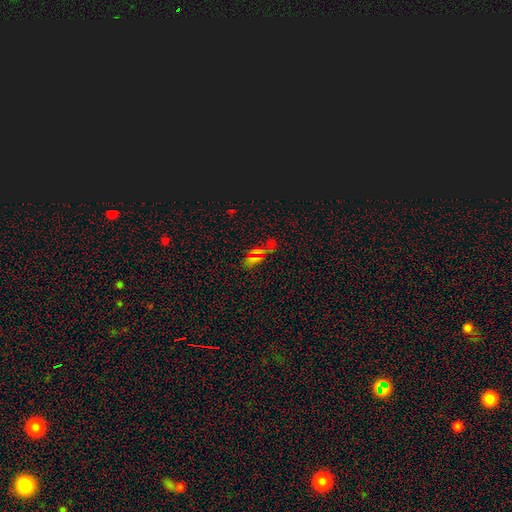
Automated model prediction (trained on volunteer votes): The model was most divided on "smooth or featured": smooth: 46%, star or artifact: 41%, featured or disk: 13%. More confident: merging — none (63%).